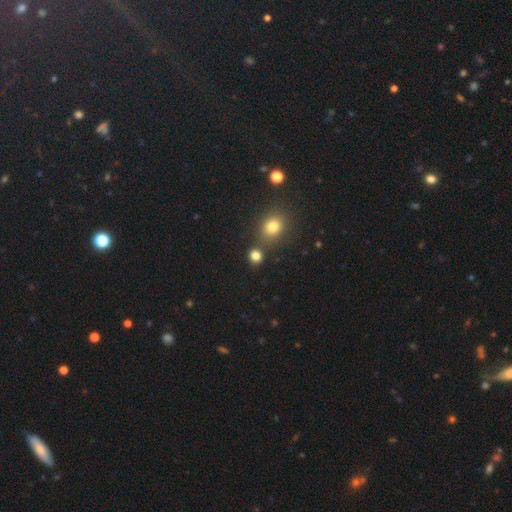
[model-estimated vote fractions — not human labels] Smooth or featured?
  - smooth: 80% *
  - star or artifact: 15%
  - featured or disk: 5%
How rounded?
  - round: 84% *
  - in between: 15%
  - cigar-shaped: 1%
Merging?
  - none: 74% *
  - merger: 14%
  - minor disturbance: 8%
  - major disturbance: 3%